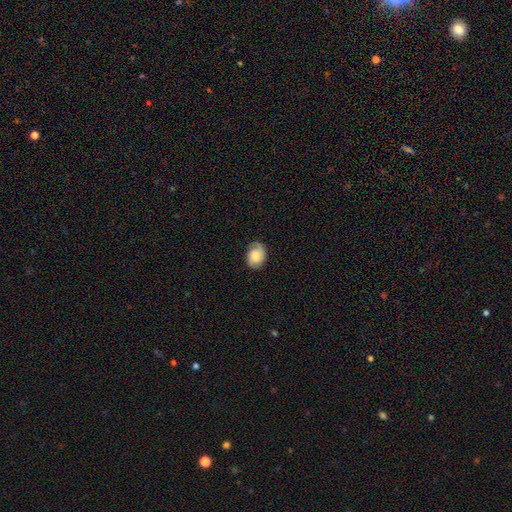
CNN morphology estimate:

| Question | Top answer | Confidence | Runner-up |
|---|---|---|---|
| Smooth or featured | smooth | 61% | featured or disk (31%) |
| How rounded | in between | 63% | round (36%) |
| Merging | none | 68% | minor disturbance (24%) |